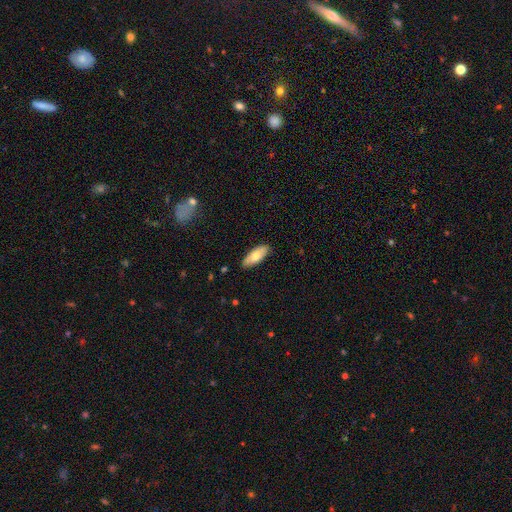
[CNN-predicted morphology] Smooth or featured? Predicted: smooth (p=0.75). How rounded? Predicted: in between (p=0.79). Merging? Predicted: none (p=0.87).